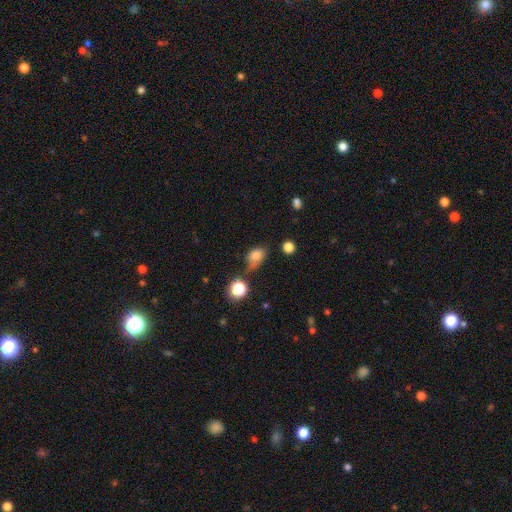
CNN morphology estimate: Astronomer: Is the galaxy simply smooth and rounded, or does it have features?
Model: smooth — 76%.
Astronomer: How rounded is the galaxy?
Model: in between — 67%.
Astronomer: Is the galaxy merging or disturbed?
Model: none — 47% (runner-up: minor disturbance, 35%).